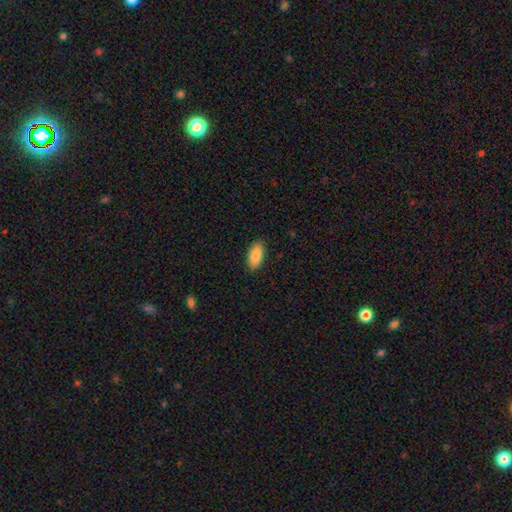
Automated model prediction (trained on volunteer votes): Overall: smooth (87%). How rounded: in between (90%). Merging: none (88%).